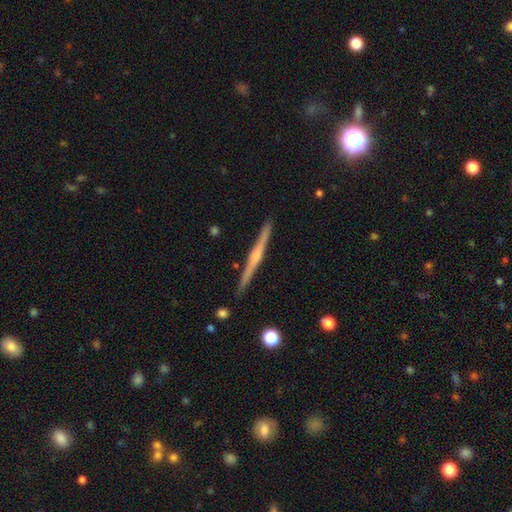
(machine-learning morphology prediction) The model was most divided on "edge-on bulge": rounded: 75%, none: 18%, boxy: 8%. More confident: edge-on disk — yes (99%); merging — none (92%); smooth or featured — featured or disk (80%).